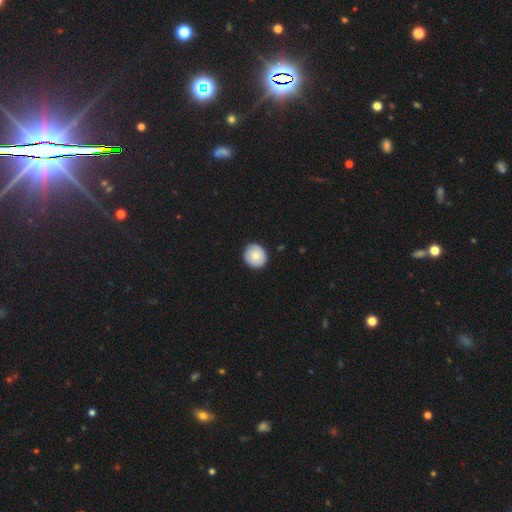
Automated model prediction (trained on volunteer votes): Q: Smooth or featured?
A: smooth (77%); runner-up: featured or disk (16%)
Q: How rounded?
A: round (89%); runner-up: in between (10%)
Q: Merging?
A: none (89%); runner-up: minor disturbance (8%)